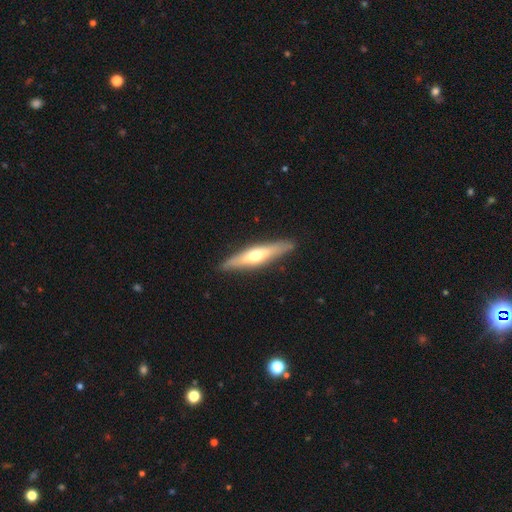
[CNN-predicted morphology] A featured or disk galaxy (56%) viewed edge-on (90%) with a rounded central bulge (89%).

Vote fractions:
- Smooth or featured? featured or disk: 56% / smooth: 39% / star or artifact: 5%
- Edge-on disk? yes: 90% / no: 10%
- Edge-on bulge? rounded: 89% / none: 7% / boxy: 4%
- Merging? none: 88% / minor disturbance: 9% / major disturbance: 2% / merger: 1%